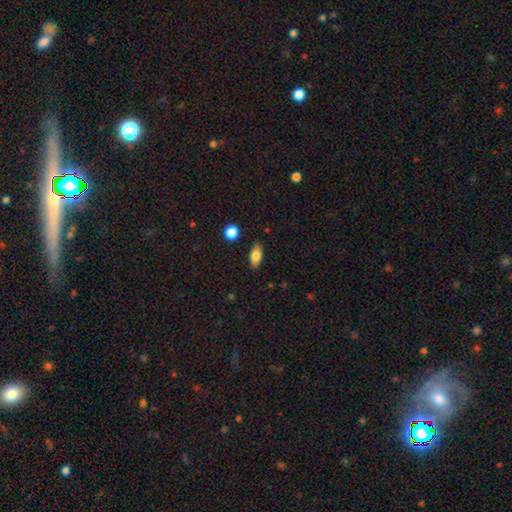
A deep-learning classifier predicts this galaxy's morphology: A smooth galaxy with no disk features (78%) that is in between round and cigar-shaped (85%).

Vote fractions:
- Smooth or featured? smooth: 78% / featured or disk: 14% / star or artifact: 8%
- How rounded? in between: 85% / cigar-shaped: 11% / round: 4%
- Merging? none: 86% / minor disturbance: 10% / major disturbance: 2% / merger: 2%